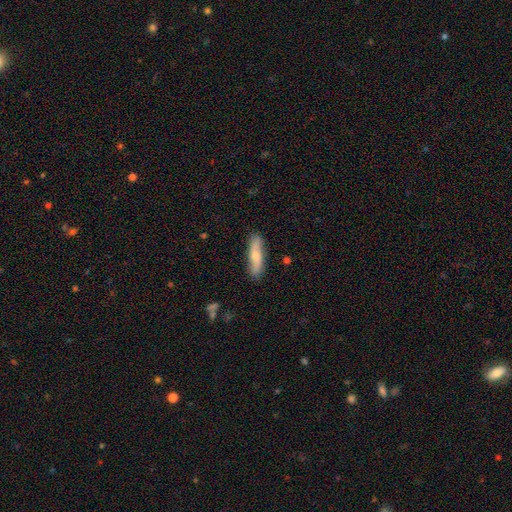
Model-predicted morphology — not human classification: Smooth or featured? smooth (58%)
How rounded? cigar-shaped (69%)
Merging? none (84%)